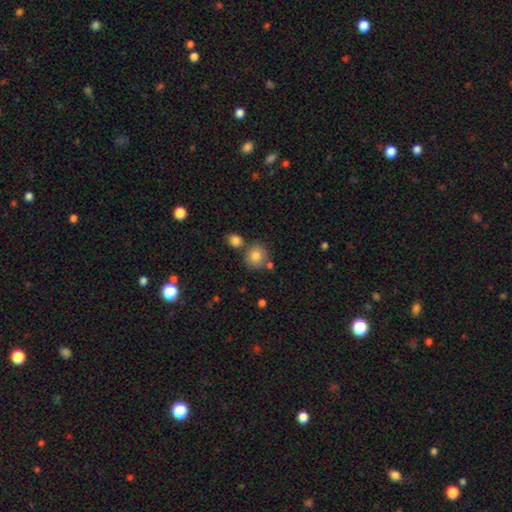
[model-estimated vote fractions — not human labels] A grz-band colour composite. It shows a smooth galaxy with no disk features (82%) that is round (83%). Merging: none (66%).